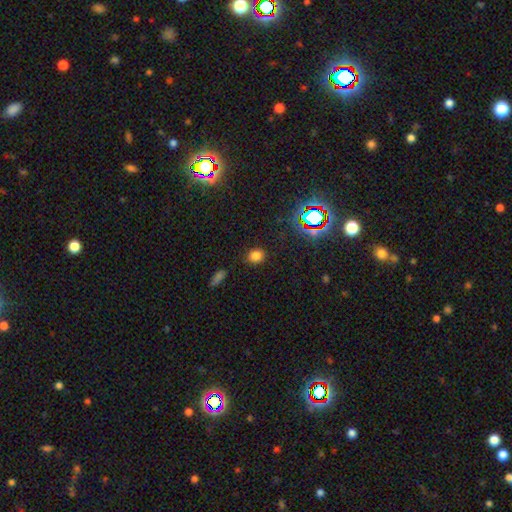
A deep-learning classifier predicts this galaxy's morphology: This appears to be a smooth galaxy with no disk features (76%) that is round (66%). Merging: none (85%).